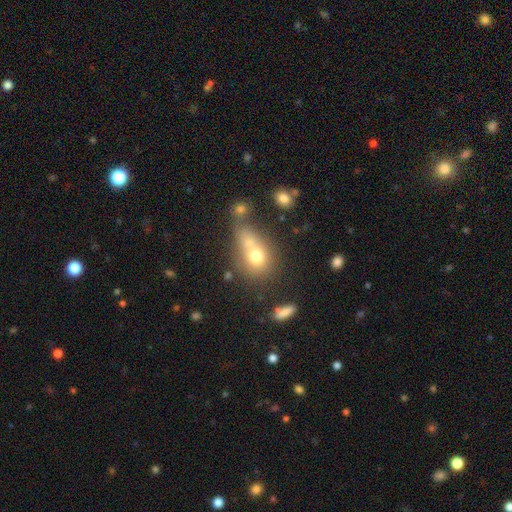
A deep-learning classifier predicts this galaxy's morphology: A smooth galaxy with no disk features (70%) that is round (59%). Merging: merger (58%).